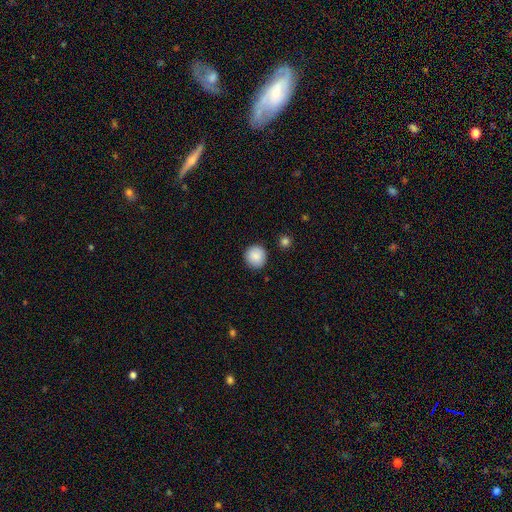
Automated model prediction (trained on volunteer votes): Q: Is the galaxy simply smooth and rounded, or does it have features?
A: smooth — 88%.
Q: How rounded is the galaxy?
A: round — 93%.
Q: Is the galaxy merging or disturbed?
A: none — 90%.